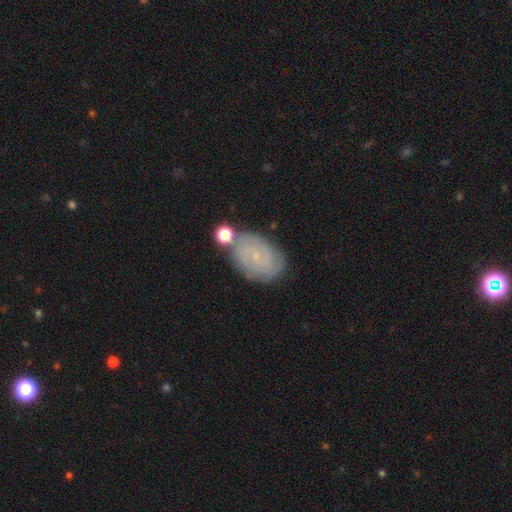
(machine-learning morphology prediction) Smooth or featured: featured or disk — 66% (smooth — 24%)
Edge-on disk: no — 97% (yes — 3%)
Bar: no — 62% (weak — 31%)
Spiral arms: yes — 91% (no — 9%)
Spiral winding: tight — 68% (medium — 25%)
Spiral arm count: can't tell — 37% (2 — 29%)
Bulge size: small — 79% (none — 13%)
Merging: none — 69% (minor disturbance — 16%)